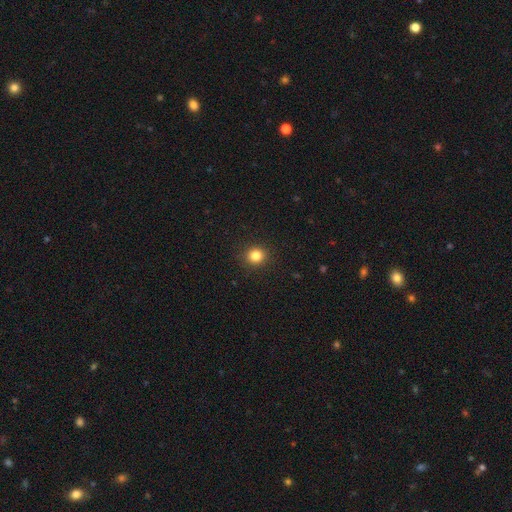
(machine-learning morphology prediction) This is clearly a smooth galaxy (84%). How rounded: clearly round (87%). Merging: clearly none (91%).